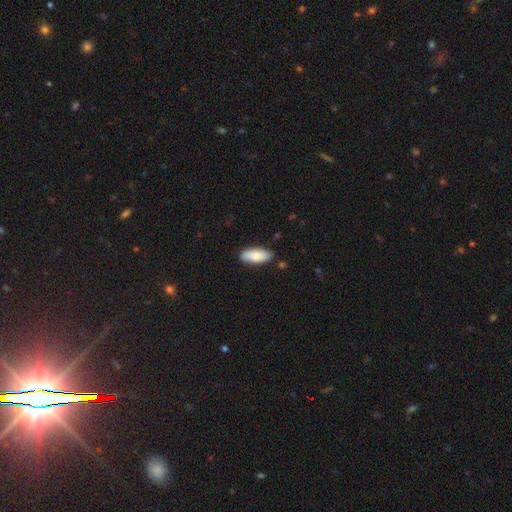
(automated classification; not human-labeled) This appears to be a smooth galaxy with no disk features (85%) that is in between round and cigar-shaped (81%). Merging: none (85%).